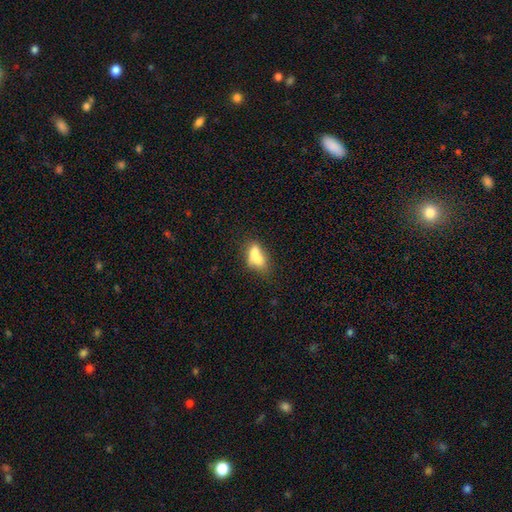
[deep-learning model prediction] Smooth or featured? smooth (66%)
How rounded? in between (66%)
Merging? merger (68%)